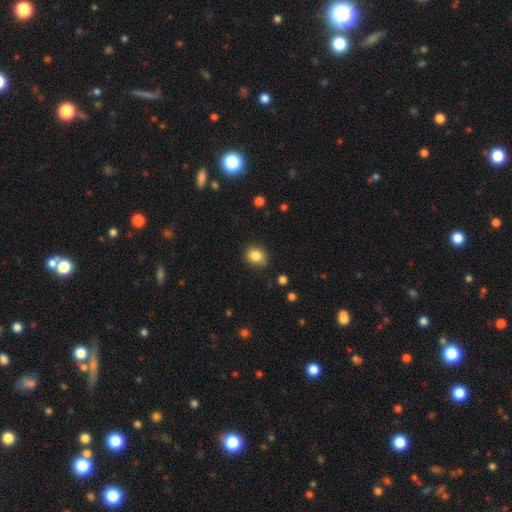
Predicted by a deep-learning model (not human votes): Smooth or featured? Predicted: smooth (p=0.84). How rounded? Predicted: round (p=0.66). Merging? Predicted: none (p=0.78).